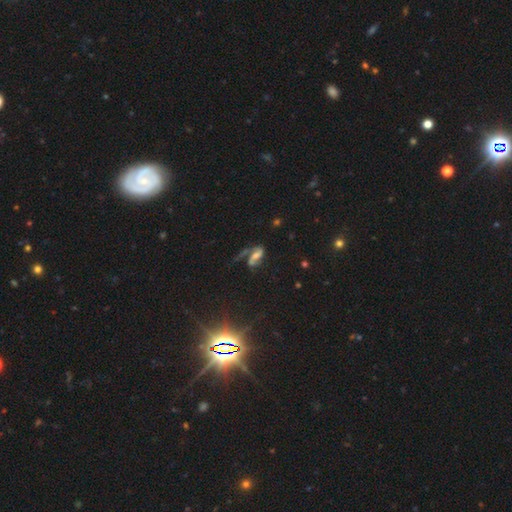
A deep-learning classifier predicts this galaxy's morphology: This is possibly a featured or disk galaxy (52%). It is clearly not viewed edge-on (89%). Merging: marginally major disturbance (37%).